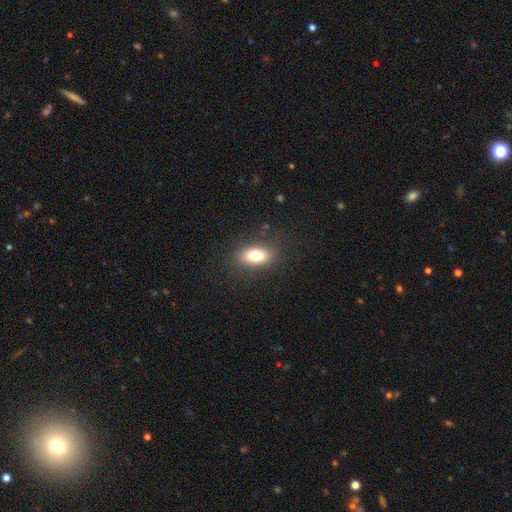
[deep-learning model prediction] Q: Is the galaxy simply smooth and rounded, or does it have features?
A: smooth — 77%.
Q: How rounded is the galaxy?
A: in between — 85%.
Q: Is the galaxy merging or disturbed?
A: none — 84%.